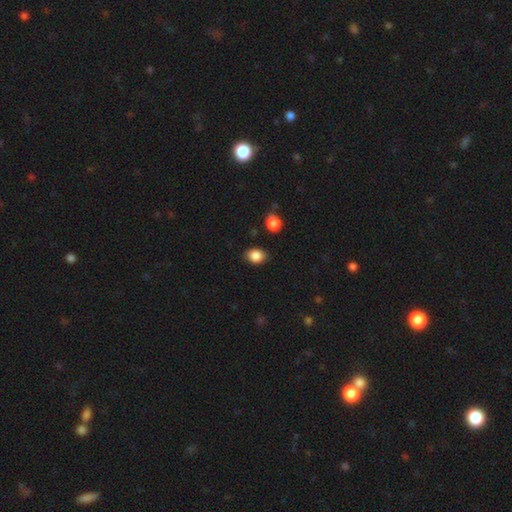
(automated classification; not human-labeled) Morphology: type=smooth (87%); roundness=in between (55%); merging=none (83%).